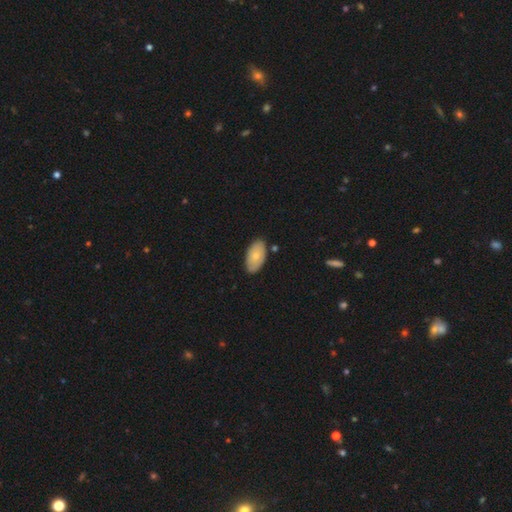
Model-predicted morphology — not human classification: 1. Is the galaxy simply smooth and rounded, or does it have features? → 72% smooth, 22% featured or disk, 6% star or artifact.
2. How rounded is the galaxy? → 95% in between, 3% round, 2% cigar-shaped.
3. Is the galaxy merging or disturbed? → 81% none, 14% minor disturbance, 2% merger, 2% major disturbance.